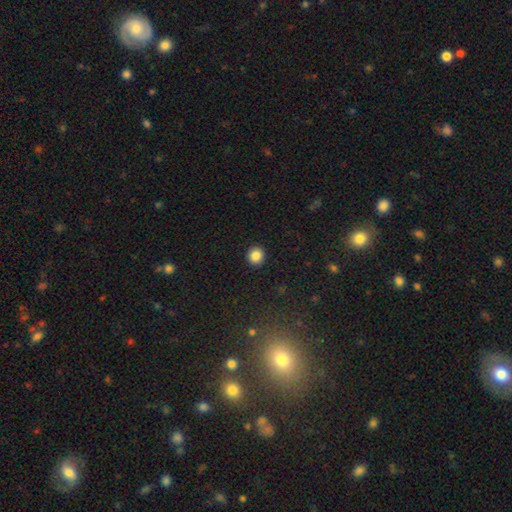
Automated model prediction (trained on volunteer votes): Q: Smooth or featured?
A: smooth (87%); runner-up: star or artifact (10%)
Q: How rounded?
A: round (87%); runner-up: in between (12%)
Q: Merging?
A: none (92%); runner-up: minor disturbance (5%)